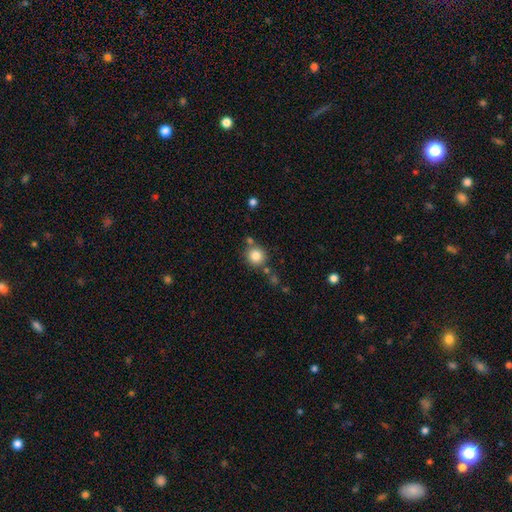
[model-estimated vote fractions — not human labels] Smooth or featured: smooth — 82% (star or artifact — 11%)
How rounded: round — 91% (in between — 8%)
Merging: none — 75% (merger — 11%)